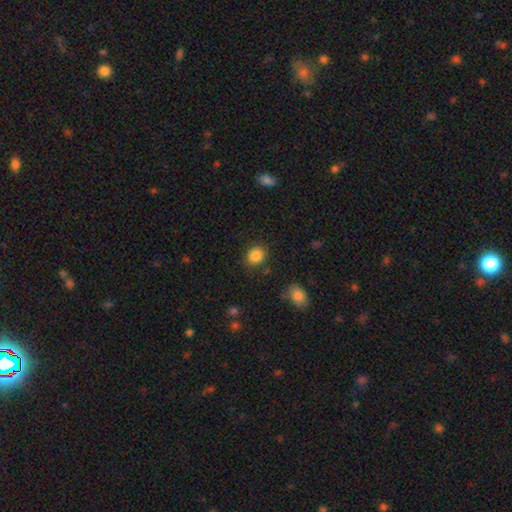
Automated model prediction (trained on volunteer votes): smooth-or-featured: smooth: 86% | star or artifact: 10% | featured or disk: 4%
  how-rounded: round: 62% | in between: 37% | cigar-shaped: 1%
  merging: none: 82% | minor disturbance: 12% | major disturbance: 3% | merger: 3%